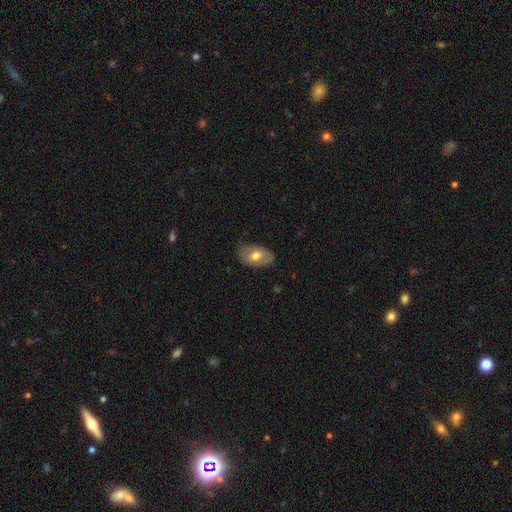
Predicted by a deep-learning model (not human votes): smooth 58%, featured or disk 36%, star or artifact 6%. Down the decision tree: how rounded — in between (90%); merging — none (75%).